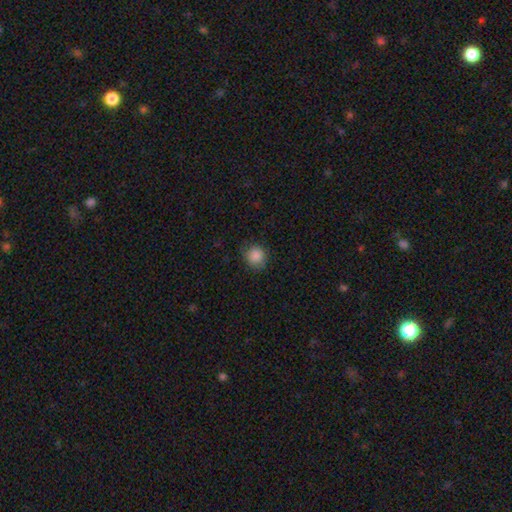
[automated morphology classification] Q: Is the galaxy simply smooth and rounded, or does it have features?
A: smooth — 88%.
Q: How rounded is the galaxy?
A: round — 84%.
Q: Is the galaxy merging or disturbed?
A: none — 81%.